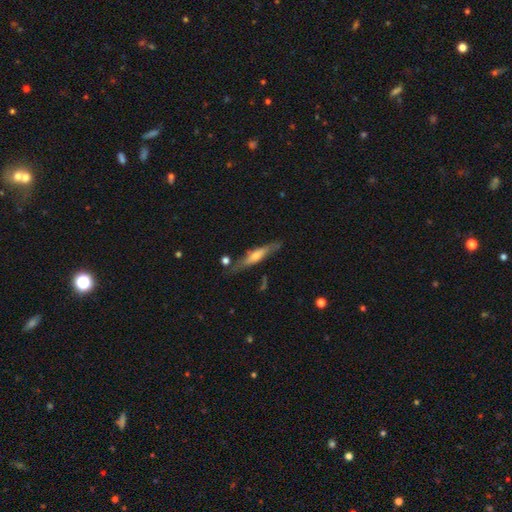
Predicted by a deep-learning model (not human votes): smooth_or_featured: featured or disk (p=0.62) [alt: smooth p=0.31]
disk_edge_on: yes (p=0.89) [alt: no p=0.11]
edge_on_bulge: rounded (p=0.67) [alt: none p=0.18]
merging: none (p=0.78) [alt: minor disturbance p=0.15]